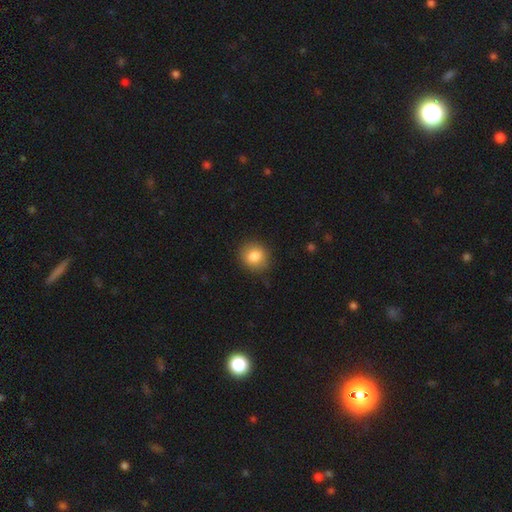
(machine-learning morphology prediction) The model was most divided on "how rounded": round: 81%, in between: 18%, cigar-shaped: 1%. More confident: merging — none (86%); smooth or featured — smooth (84%).